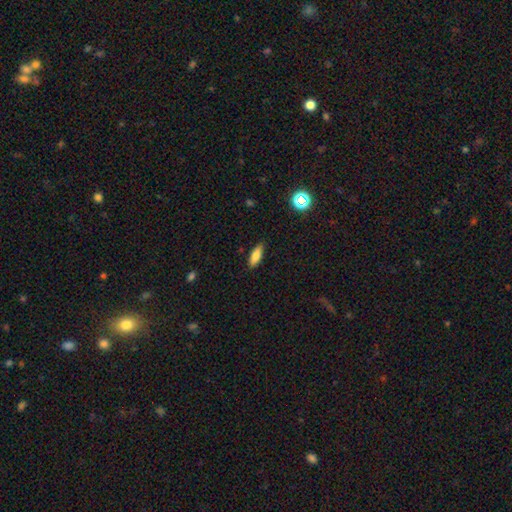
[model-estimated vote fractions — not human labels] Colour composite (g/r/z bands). It shows a smooth galaxy with no disk features (78%) that is in between round and cigar-shaped (63%). Merging: none (85%).